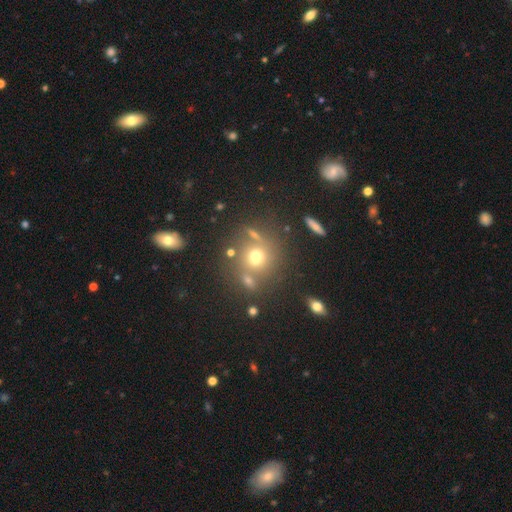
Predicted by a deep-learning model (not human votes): Smooth or featured? Predicted: smooth (p=0.62). How rounded? Predicted: round (p=0.83). Merging? Predicted: none (p=0.63).